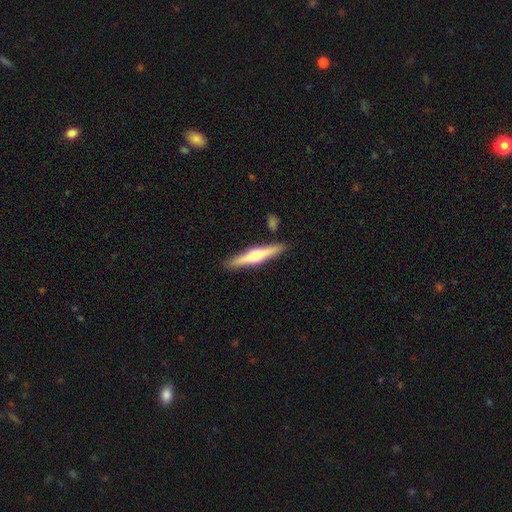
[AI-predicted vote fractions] Overall: featured or disk (62%; smooth 33%). Edge-on disk: yes (96%). Edge-on bulge: rounded (92%). Merging: none (87%).